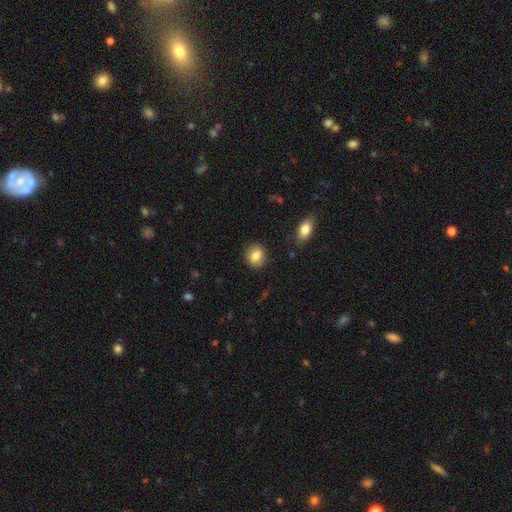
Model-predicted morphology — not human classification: Smooth or featured: smooth — 81% (featured or disk — 10%)
How rounded: round — 60% (in between — 38%)
Merging: none — 85% (minor disturbance — 10%)